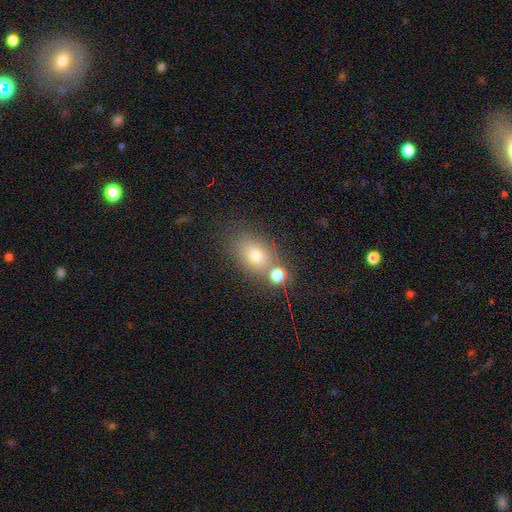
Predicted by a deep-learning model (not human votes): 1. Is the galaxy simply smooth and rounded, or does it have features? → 74% smooth, 13% star or artifact, 13% featured or disk.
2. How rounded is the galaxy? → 65% in between, 33% round, 2% cigar-shaped.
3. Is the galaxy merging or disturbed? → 54% none, 29% merger, 12% minor disturbance, 5% major disturbance.